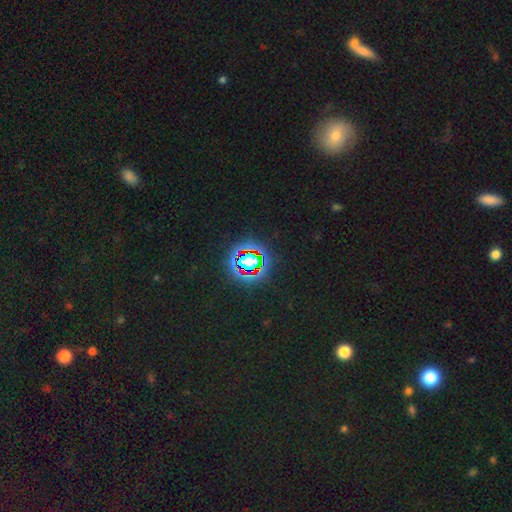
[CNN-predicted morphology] The model was most divided on "smooth or featured": star or artifact: 72%, smooth: 18%, featured or disk: 10%.